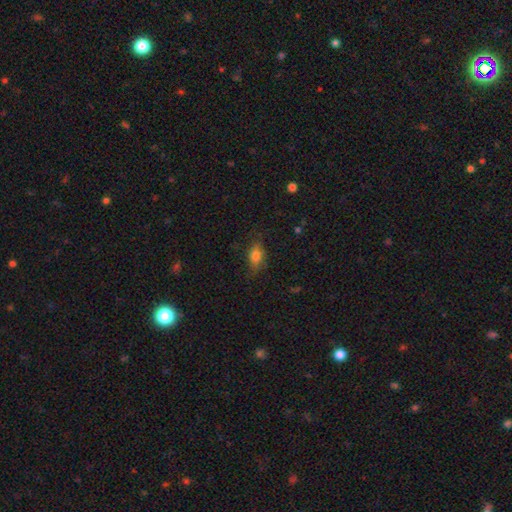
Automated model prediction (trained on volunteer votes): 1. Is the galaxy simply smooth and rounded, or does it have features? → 78% smooth, 11% featured or disk, 10% star or artifact.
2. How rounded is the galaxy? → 83% in between, 10% round, 7% cigar-shaped.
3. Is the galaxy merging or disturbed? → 71% none, 21% minor disturbance, 7% major disturbance, 1% merger.